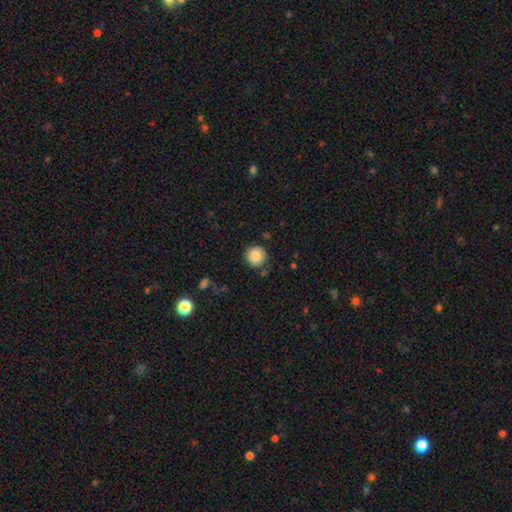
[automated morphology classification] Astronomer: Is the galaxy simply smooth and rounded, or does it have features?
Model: smooth — 86%.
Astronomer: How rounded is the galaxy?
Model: round — 95%.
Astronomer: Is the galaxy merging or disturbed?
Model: none — 86%.